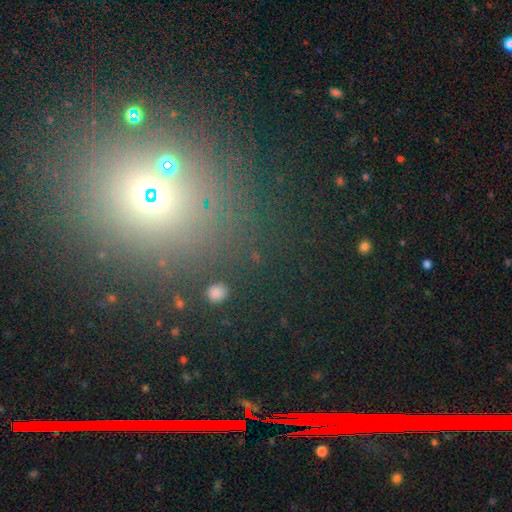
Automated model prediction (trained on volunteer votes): The model was most divided on "smooth or featured": star or artifact: 60%, smooth: 29%, featured or disk: 11%.